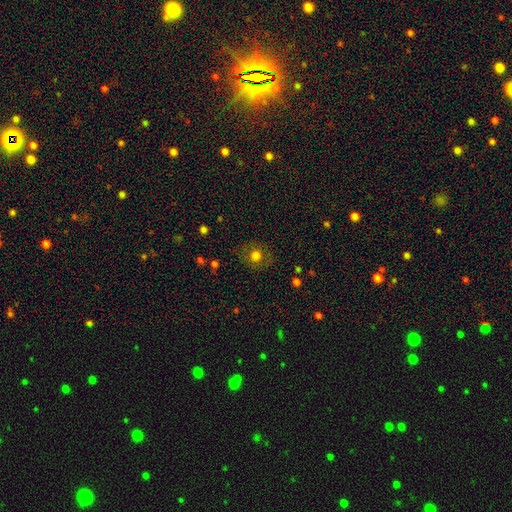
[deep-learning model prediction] This is likely a smooth galaxy (71%). How rounded: clearly round (85%). Merging: clearly none (83%).